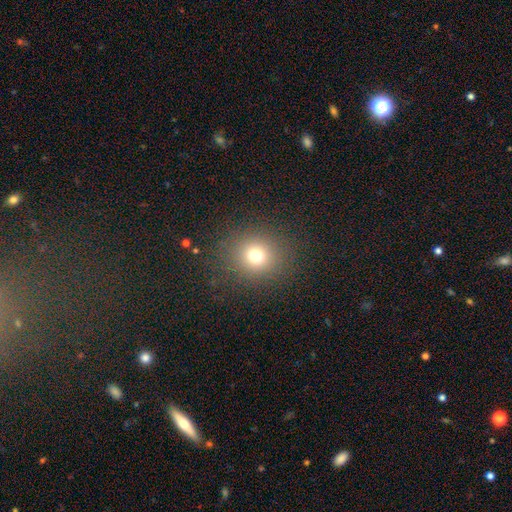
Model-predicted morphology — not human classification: Smooth or featured?
  - smooth: 73% *
  - star or artifact: 17%
  - featured or disk: 10%
How rounded?
  - round: 82% *
  - in between: 17%
  - cigar-shaped: 1%
Merging?
  - none: 87% *
  - minor disturbance: 8%
  - major disturbance: 5%
  - merger: 1%